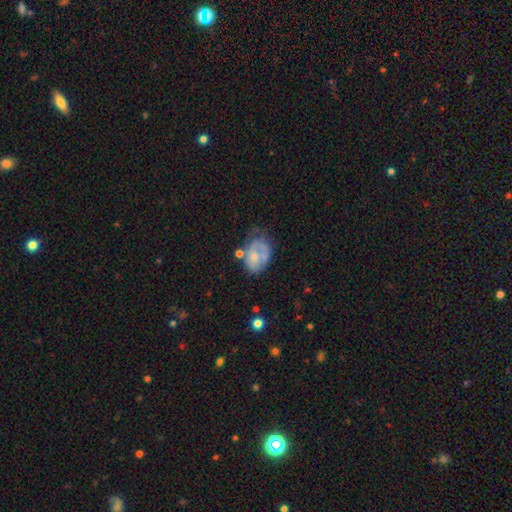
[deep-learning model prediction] Morphology: type=featured or disk (48%); merging=none (34%).